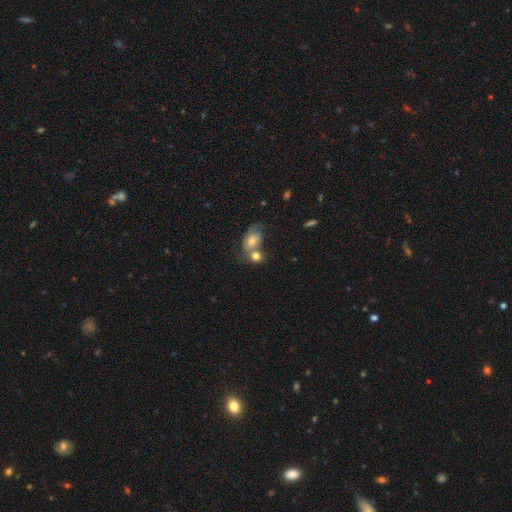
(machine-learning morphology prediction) Smooth or featured? smooth (67%)
How rounded? in between (52%)
Merging? merger (46%)